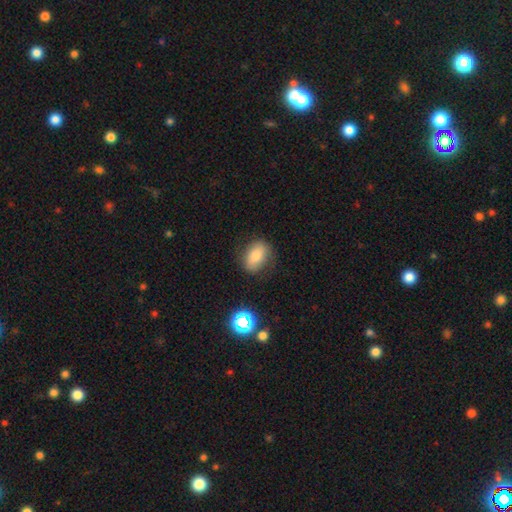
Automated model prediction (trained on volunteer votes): smooth 76%, featured or disk 13%, star or artifact 11%. Down the decision tree: how rounded — in between (77%); merging — none (78%).